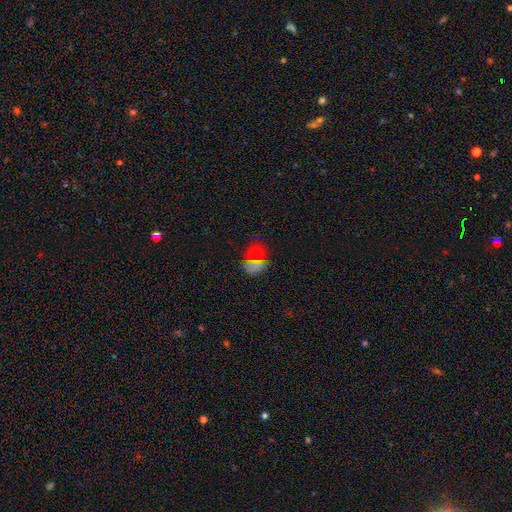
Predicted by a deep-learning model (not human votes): This appears to be a smooth galaxy with no disk features (52%) that is in between round and cigar-shaped (65%). Merging: none (64%).